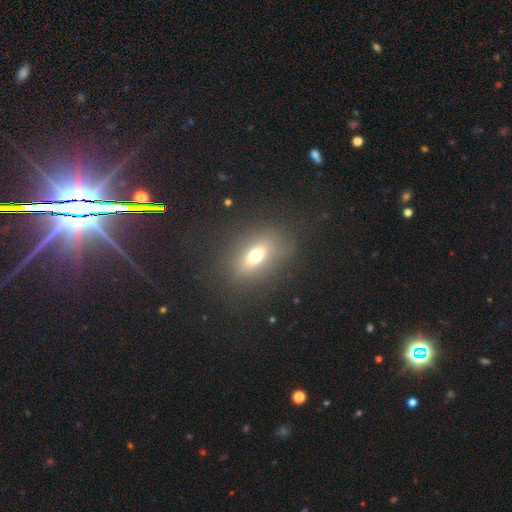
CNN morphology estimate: The model was most divided on "smooth or featured": smooth: 63%, featured or disk: 21%, star or artifact: 15%. More confident: merging — none (82%); how rounded — in between (72%).